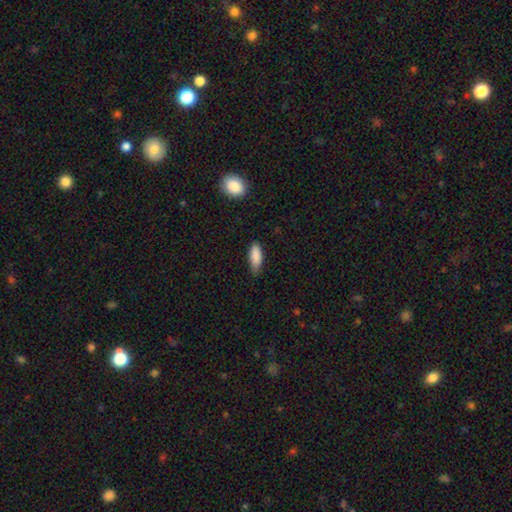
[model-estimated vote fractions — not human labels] Smooth or featured? smooth (88%)
How rounded? in between (71%)
Merging? none (65%)